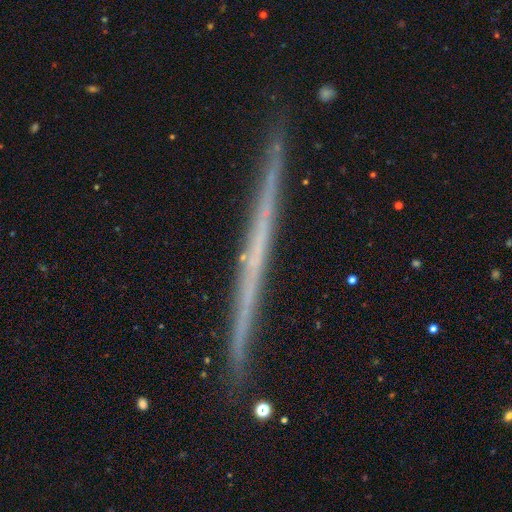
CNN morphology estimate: Smooth or featured: featured or disk — 70% (smooth — 22%)
Edge-on disk: yes — 98% (no — 2%)
Edge-on bulge: none — 91% (rounded — 6%)
Merging: none — 91% (minor disturbance — 7%)